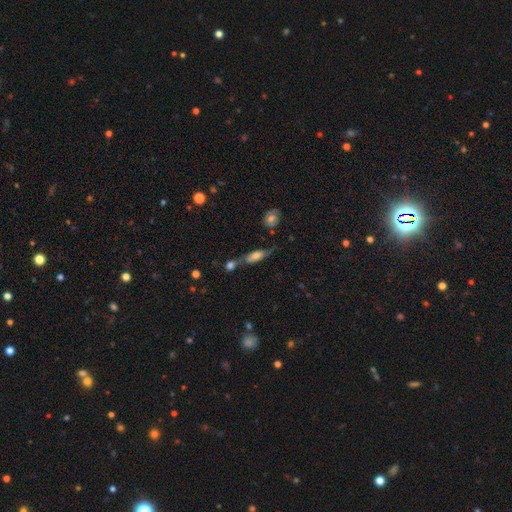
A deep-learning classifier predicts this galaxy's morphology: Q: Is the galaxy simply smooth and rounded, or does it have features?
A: smooth — 53%.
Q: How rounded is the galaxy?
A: in between — 52%.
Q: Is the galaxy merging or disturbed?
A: none — 45%.